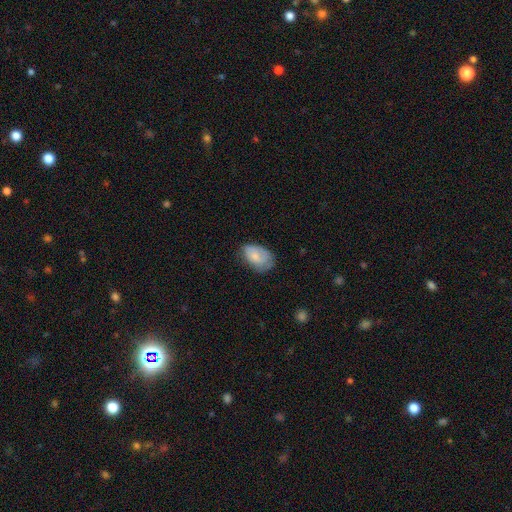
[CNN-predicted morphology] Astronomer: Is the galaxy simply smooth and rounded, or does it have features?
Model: smooth — 72%.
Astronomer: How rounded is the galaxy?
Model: in between — 90%.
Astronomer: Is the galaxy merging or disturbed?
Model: none — 56% (runner-up: minor disturbance, 32%).